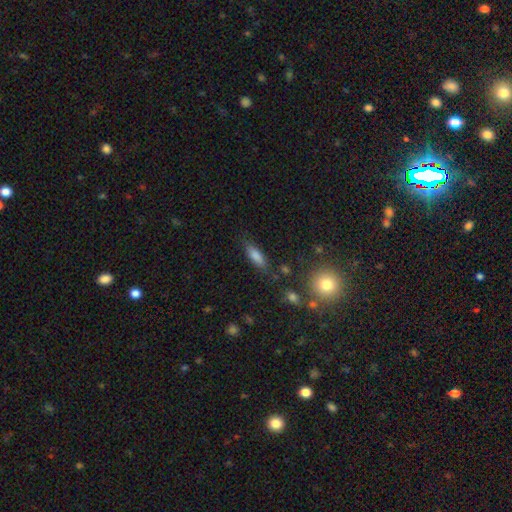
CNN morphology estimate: The model was most divided on "how rounded": cigar-shaped: 49%, in between: 47%, round: 4%. More confident: merging — none (80%); smooth or featured — smooth (74%).